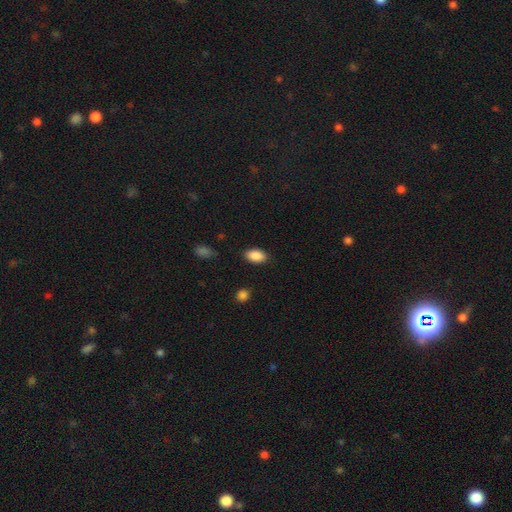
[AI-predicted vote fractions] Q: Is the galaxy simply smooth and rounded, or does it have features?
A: smooth — 89%.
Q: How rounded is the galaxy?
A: in between — 90%.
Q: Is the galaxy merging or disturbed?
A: none — 86%.